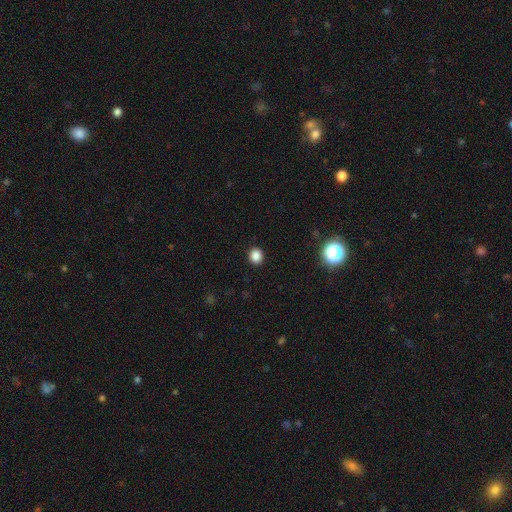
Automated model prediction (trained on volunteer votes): smooth-or-featured: smooth: 86% | star or artifact: 11% | featured or disk: 3%
  how-rounded: round: 80% | in between: 19% | cigar-shaped: 1%
  merging: none: 92% | minor disturbance: 5% | major disturbance: 2% | merger: 1%